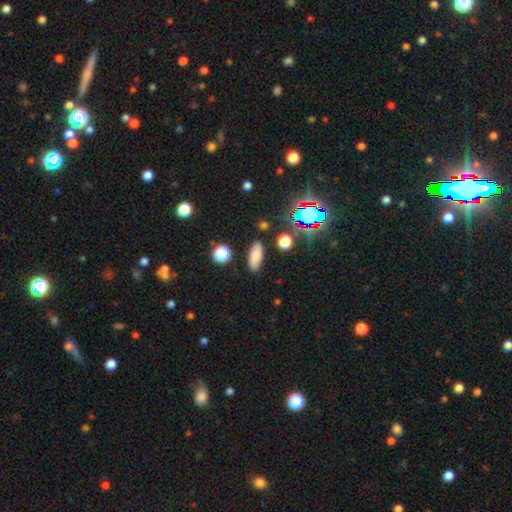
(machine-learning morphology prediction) Overall: smooth (80%). How rounded: in between (73%). Merging: none (86%).